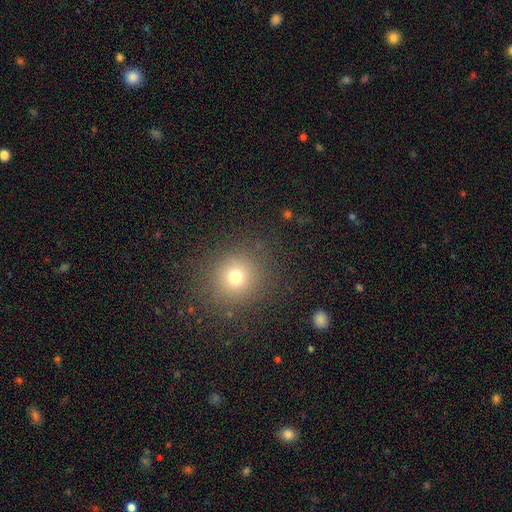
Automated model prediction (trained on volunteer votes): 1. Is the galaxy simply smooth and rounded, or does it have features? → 68% smooth, 25% star or artifact, 7% featured or disk.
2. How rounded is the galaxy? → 90% round, 9% in between, 1% cigar-shaped.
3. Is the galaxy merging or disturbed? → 91% none, 6% minor disturbance, 2% major disturbance, 1% merger.